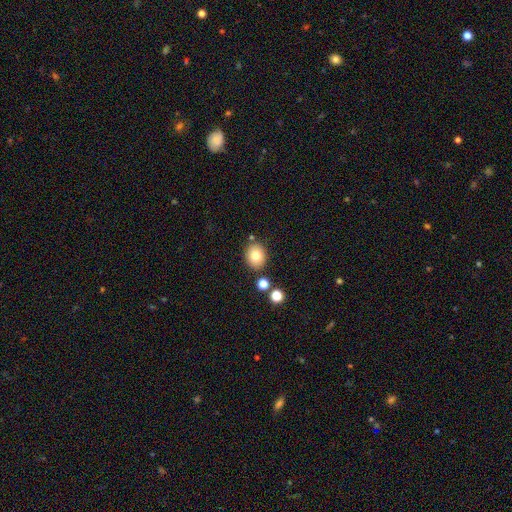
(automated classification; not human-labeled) smooth 79%, featured or disk 10%, star or artifact 10%. Down the decision tree: how rounded — round (59%); merging — none (82%).